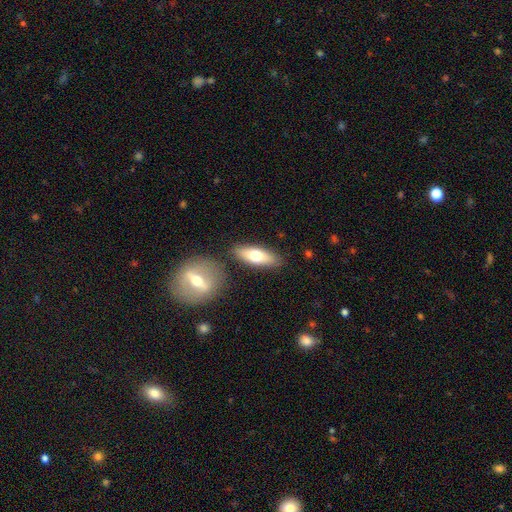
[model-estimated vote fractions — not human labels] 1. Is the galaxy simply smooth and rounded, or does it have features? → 66% smooth, 28% featured or disk, 6% star or artifact.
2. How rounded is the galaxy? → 64% in between, 33% cigar-shaped, 3% round.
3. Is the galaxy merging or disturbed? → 80% none, 10% minor disturbance, 7% merger, 3% major disturbance.